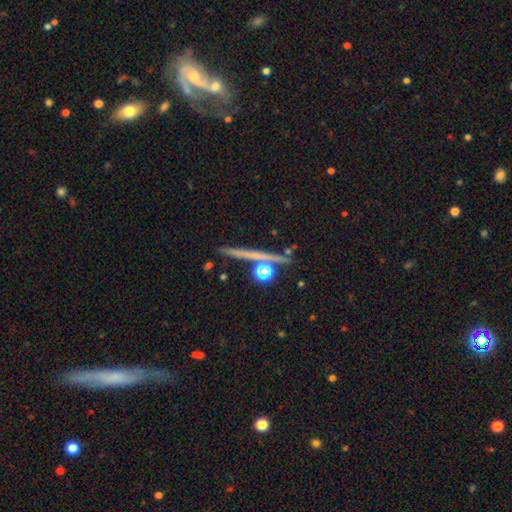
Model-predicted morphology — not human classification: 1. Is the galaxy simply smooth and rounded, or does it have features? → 47% featured or disk, 31% smooth, 22% star or artifact.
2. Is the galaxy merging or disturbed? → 81% none, 8% minor disturbance, 7% merger, 4% major disturbance.